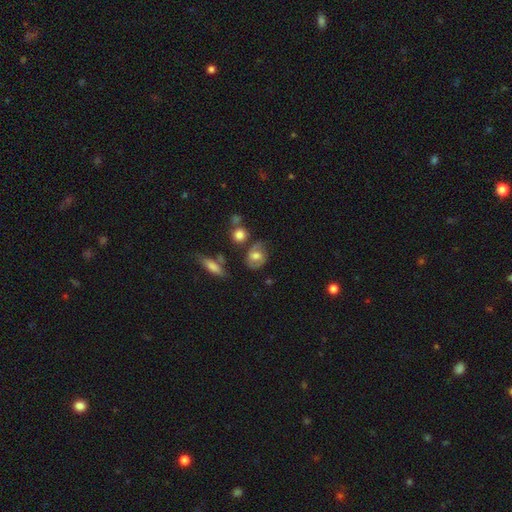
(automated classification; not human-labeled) A featured or disk galaxy (47%). Merging: none (64%).